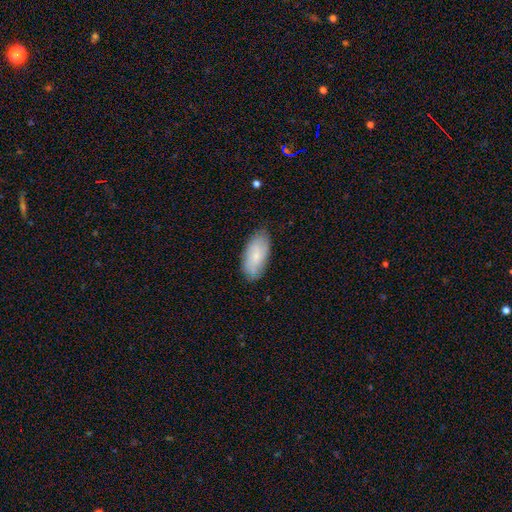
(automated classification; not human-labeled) The model was most divided on "smooth or featured": smooth: 70%, featured or disk: 23%, star or artifact: 6%. More confident: how rounded — in between (92%); merging — none (79%).